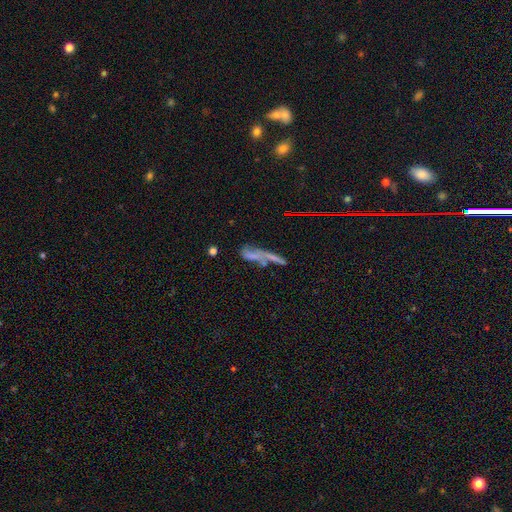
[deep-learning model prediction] A smooth galaxy with no disk features (48%). Merging: merger (40%).